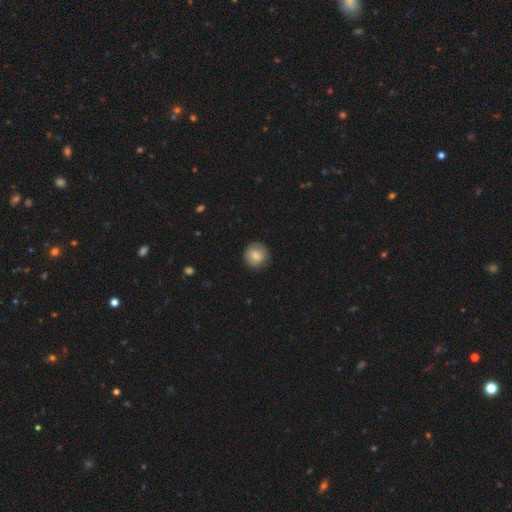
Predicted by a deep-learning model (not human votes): Overall: smooth (81%). How rounded: round (93%). Merging: none (87%).